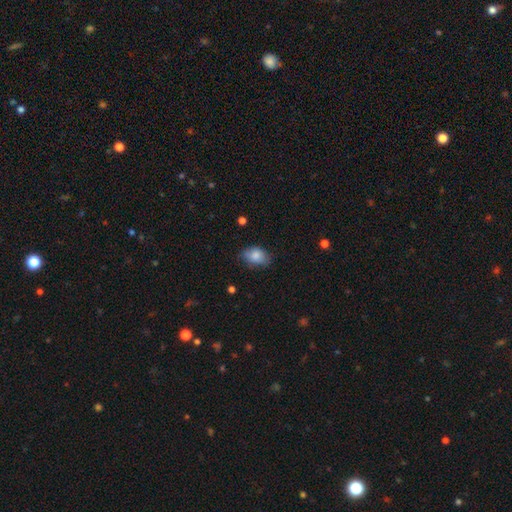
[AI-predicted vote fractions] Smooth or featured: smooth — 82% (featured or disk — 10%)
How rounded: in between — 82% (round — 16%)
Merging: none — 67% (minor disturbance — 26%)